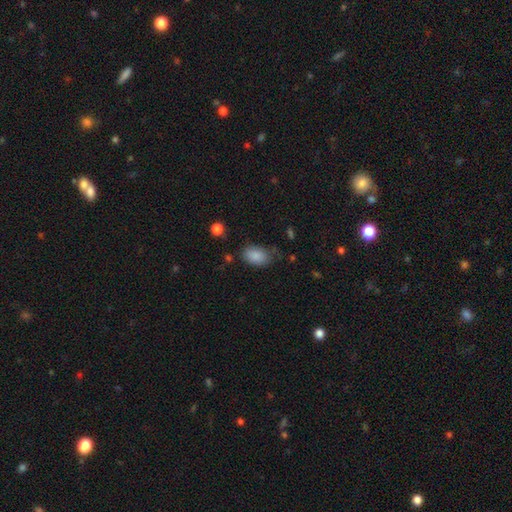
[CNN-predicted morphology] smooth_or_featured: smooth (p=0.87) [alt: star or artifact p=0.08]
how_rounded: in between (p=0.89) [alt: round p=0.10]
merging: none (p=0.67) [alt: minor disturbance p=0.24]